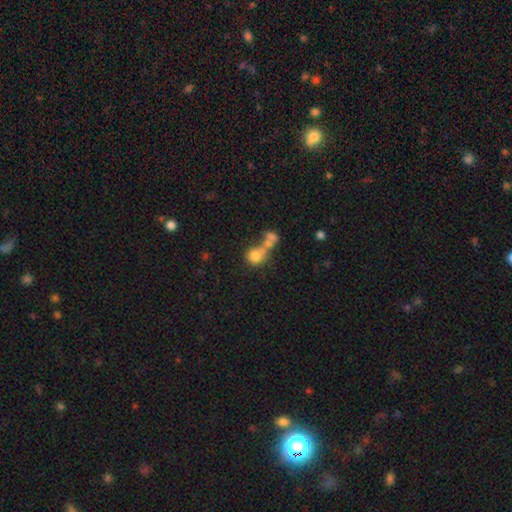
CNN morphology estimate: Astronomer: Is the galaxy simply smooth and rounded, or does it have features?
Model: smooth — 71%.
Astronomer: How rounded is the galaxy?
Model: round — 75%.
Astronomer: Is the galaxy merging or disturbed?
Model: merger — 58%.